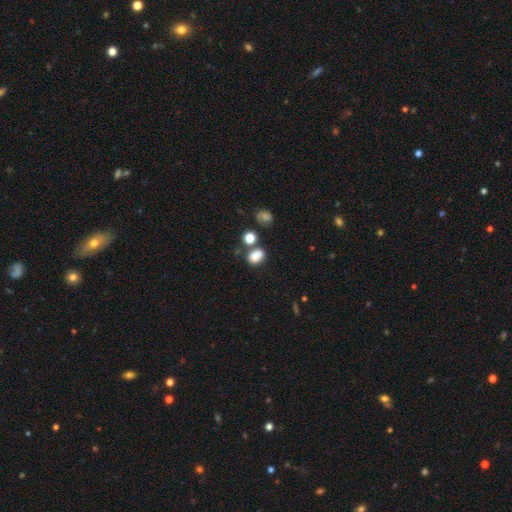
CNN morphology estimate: Smooth or featured?
  - smooth: 82% *
  - star or artifact: 12%
  - featured or disk: 5%
How rounded?
  - in between: 67% *
  - round: 32%
  - cigar-shaped: 1%
Merging?
  - none: 63% *
  - minor disturbance: 16%
  - merger: 16%
  - major disturbance: 6%